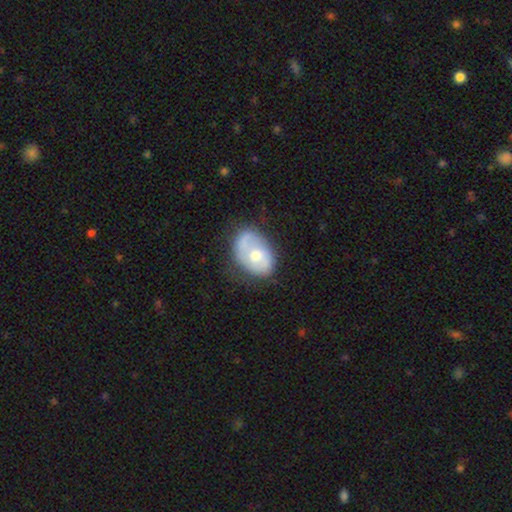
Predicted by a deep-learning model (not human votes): Overall: featured or disk (48%; smooth 46%). Merging: none (58%; minor disturbance 28%).